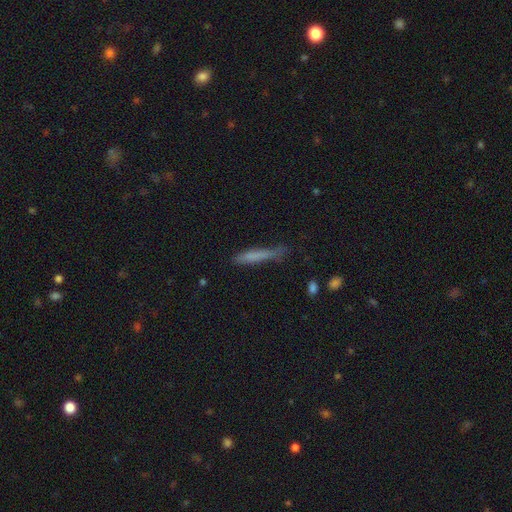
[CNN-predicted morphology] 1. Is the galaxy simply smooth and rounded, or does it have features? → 71% smooth, 21% featured or disk, 8% star or artifact.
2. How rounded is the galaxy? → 94% cigar-shaped, 5% in between, 1% round.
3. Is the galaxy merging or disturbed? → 65% none, 25% minor disturbance, 7% major disturbance, 3% merger.